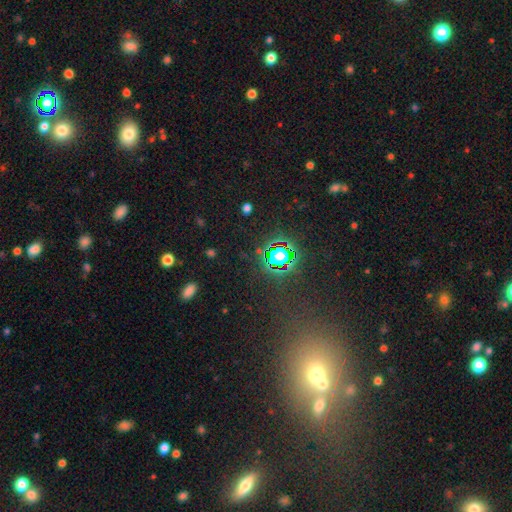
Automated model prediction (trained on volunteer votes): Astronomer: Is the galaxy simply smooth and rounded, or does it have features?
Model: star or artifact — 67%.